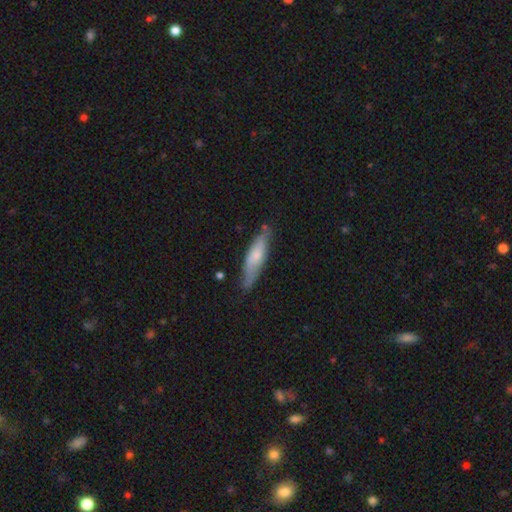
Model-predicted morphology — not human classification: A smooth galaxy with no disk features (59%) that is cigar-shaped (72%).

Vote fractions:
- Smooth or featured? smooth: 59% / featured or disk: 36% / star or artifact: 6%
- How rounded? cigar-shaped: 72% / in between: 26% / round: 2%
- Merging? none: 72% / minor disturbance: 21% / major disturbance: 4% / merger: 2%